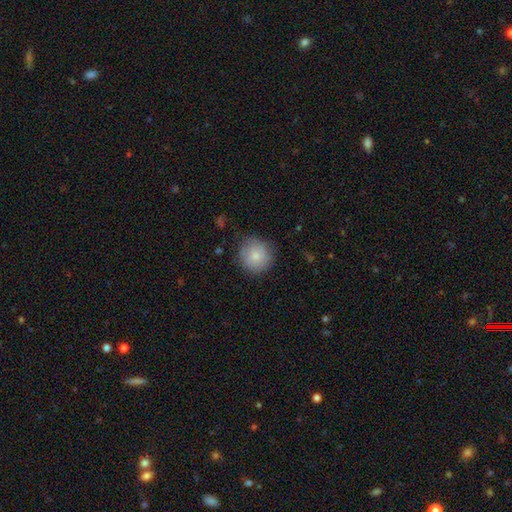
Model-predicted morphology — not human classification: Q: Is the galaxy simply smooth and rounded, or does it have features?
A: smooth — 82%.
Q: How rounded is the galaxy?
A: round — 93%.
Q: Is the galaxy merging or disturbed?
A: none — 80%.